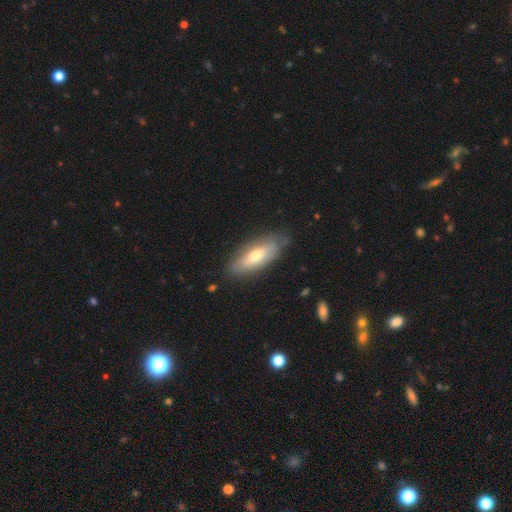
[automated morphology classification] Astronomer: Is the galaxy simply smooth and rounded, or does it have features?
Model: smooth — 59% (runner-up: featured or disk, 35%).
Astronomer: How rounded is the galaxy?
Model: in between — 74%.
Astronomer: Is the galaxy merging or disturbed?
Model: none — 76%.